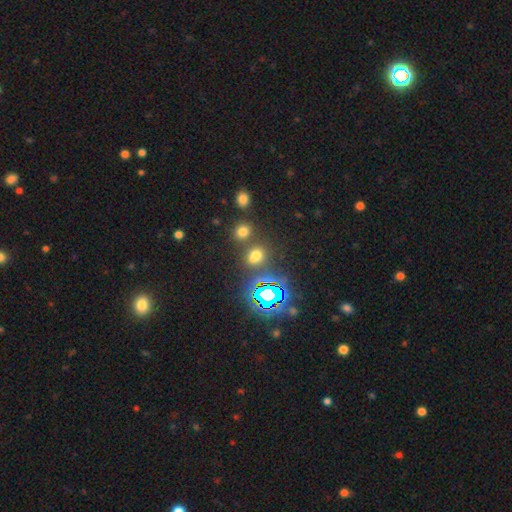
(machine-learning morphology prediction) Q: Smooth or featured?
A: smooth (59%); runner-up: star or artifact (33%)
Q: How rounded?
A: round (51%); runner-up: in between (47%)
Q: Merging?
A: none (71%); runner-up: merger (15%)